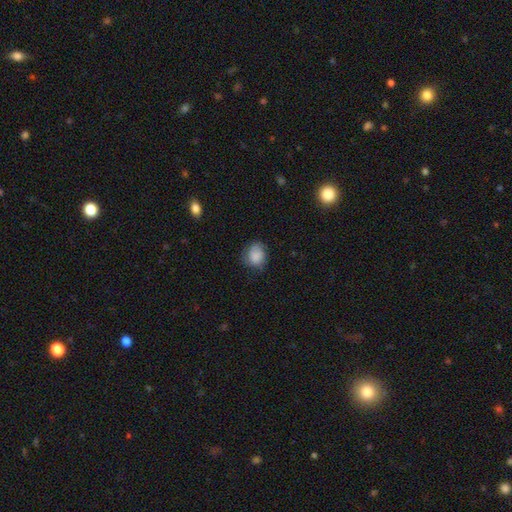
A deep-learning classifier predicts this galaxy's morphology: Q: Smooth or featured?
A: smooth (82%); runner-up: featured or disk (10%)
Q: How rounded?
A: round (60%); runner-up: in between (39%)
Q: Merging?
A: none (65%); runner-up: minor disturbance (27%)